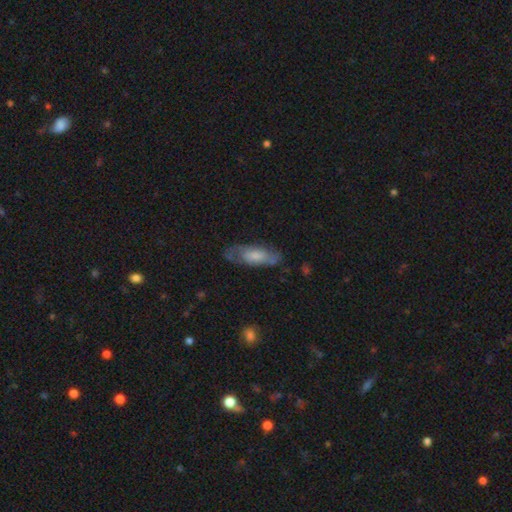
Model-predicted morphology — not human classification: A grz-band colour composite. It shows a smooth galaxy with no disk features (56%) that is in between round and cigar-shaped (68%). Merging: none (62%).